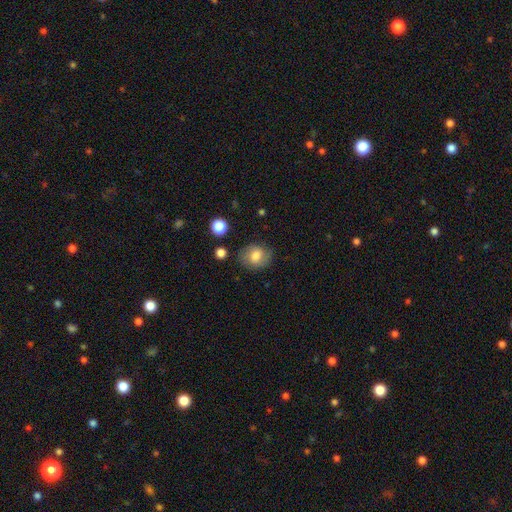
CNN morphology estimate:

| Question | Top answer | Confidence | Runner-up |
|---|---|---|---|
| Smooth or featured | smooth | 75% | featured or disk (16%) |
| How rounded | round | 61% | in between (38%) |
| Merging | none | 77% | minor disturbance (16%) |